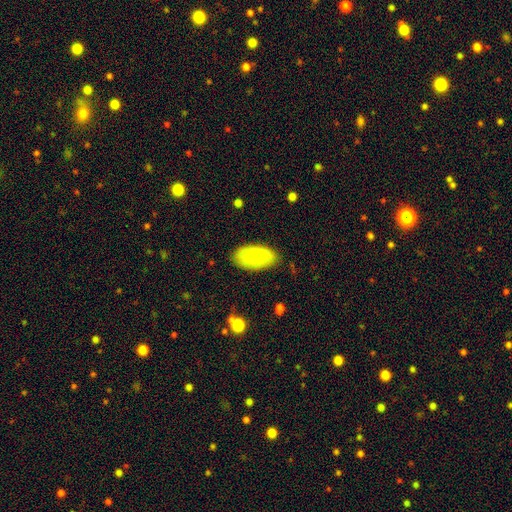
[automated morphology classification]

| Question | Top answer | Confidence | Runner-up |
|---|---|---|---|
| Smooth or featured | smooth | 82% | featured or disk (12%) |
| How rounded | in between | 95% | round (3%) |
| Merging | none | 82% | minor disturbance (14%) |